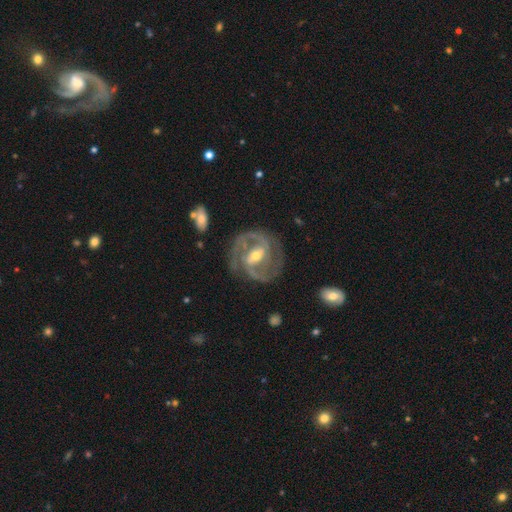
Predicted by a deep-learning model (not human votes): Smooth or featured: featured or disk — 92% (smooth — 4%)
Edge-on disk: no — 97% (yes — 3%)
Bar: strong — 45% (weak — 40%)
Spiral arms: yes — 97% (no — 3%)
Spiral winding: medium — 49% (tight — 44%)
Spiral arm count: 2 — 84% (3 — 7%)
Bulge size: moderate — 56% (small — 40%)
Merging: none — 79% (minor disturbance — 13%)